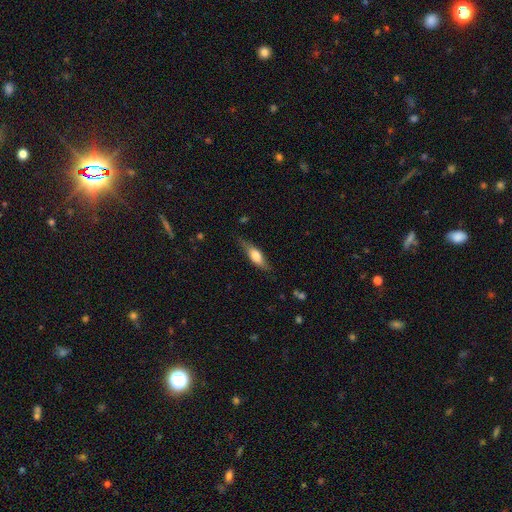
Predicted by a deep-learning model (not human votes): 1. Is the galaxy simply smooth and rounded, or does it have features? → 57% smooth, 37% featured or disk, 6% star or artifact.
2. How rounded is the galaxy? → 53% in between, 44% cigar-shaped, 3% round.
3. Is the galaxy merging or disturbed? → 72% none, 22% minor disturbance, 5% major disturbance, 1% merger.